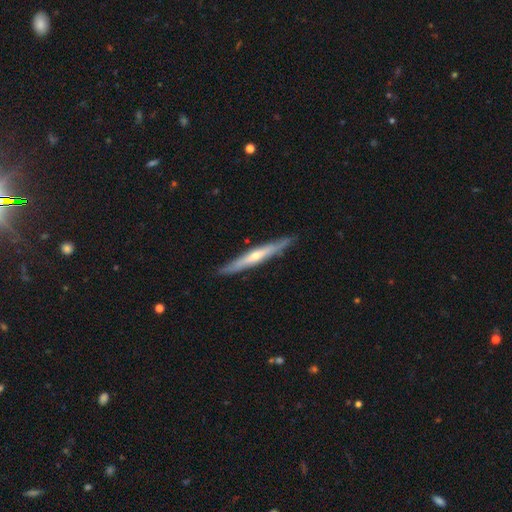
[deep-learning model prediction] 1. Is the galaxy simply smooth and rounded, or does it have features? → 66% featured or disk, 28% smooth, 6% star or artifact.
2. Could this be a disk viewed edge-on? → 94% yes, 6% no.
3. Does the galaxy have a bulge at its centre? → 75% rounded, 22% none, 3% boxy.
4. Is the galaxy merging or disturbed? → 89% none, 8% minor disturbance, 1% major disturbance, 1% merger.